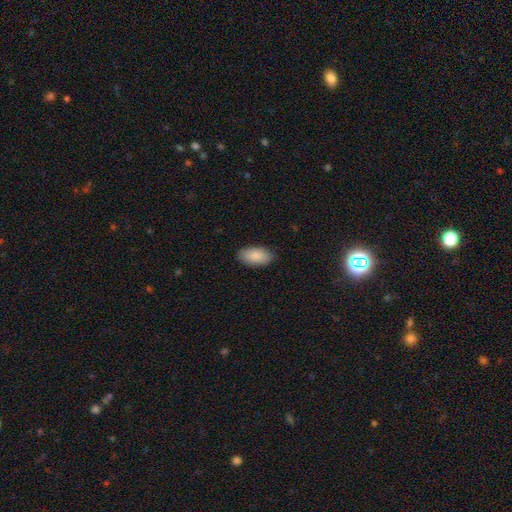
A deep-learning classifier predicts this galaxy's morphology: Smooth or featured: smooth — 89% (featured or disk — 6%)
How rounded: in between — 94% (cigar-shaped — 4%)
Merging: none — 86% (minor disturbance — 11%)